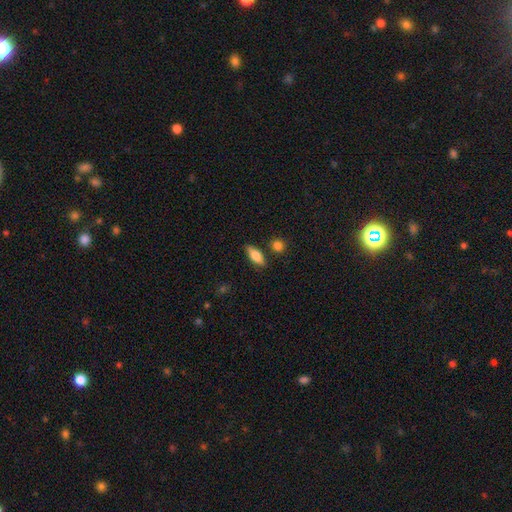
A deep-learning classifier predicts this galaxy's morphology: smooth 69%, featured or disk 24%, star or artifact 7%. Down the decision tree: how rounded — in between (68%); merging — none (79%).